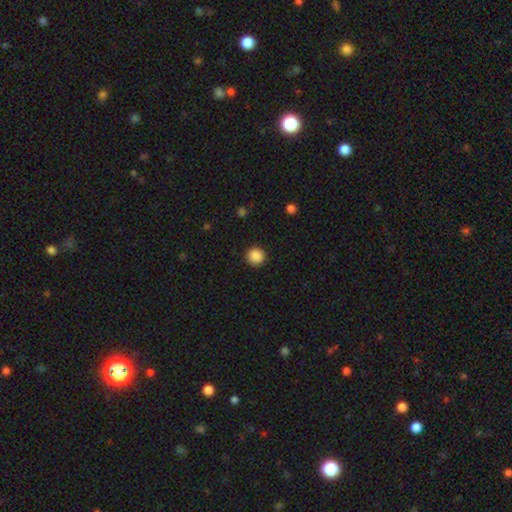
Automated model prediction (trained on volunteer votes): smooth-or-featured: smooth: 88% | star or artifact: 9% | featured or disk: 3%
  how-rounded: round: 93% | in between: 6% | cigar-shaped: 1%
  merging: none: 92% | minor disturbance: 5% | major disturbance: 2% | merger: 1%